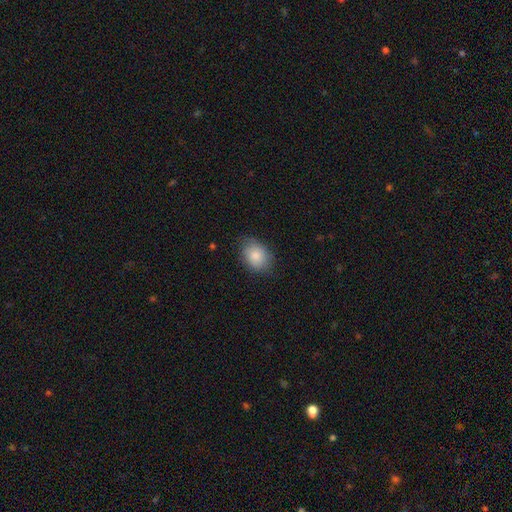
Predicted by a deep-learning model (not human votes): The model was most divided on "how rounded": in between: 65%, round: 34%, cigar-shaped: 1%. More confident: smooth or featured — smooth (85%); merging — none (75%).